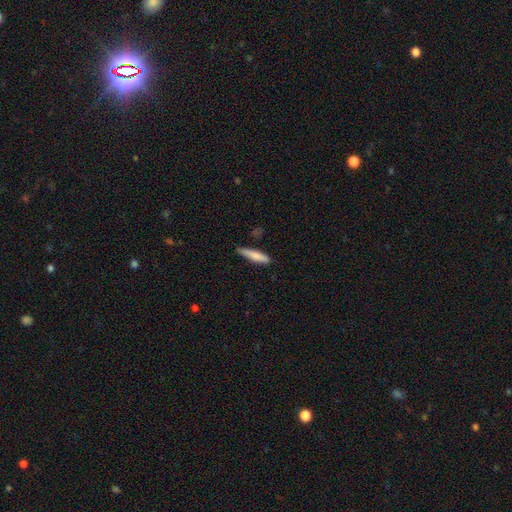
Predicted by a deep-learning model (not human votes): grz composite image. It shows a smooth galaxy with no disk features (77%) that is cigar-shaped (87%). Merging: none (74%).